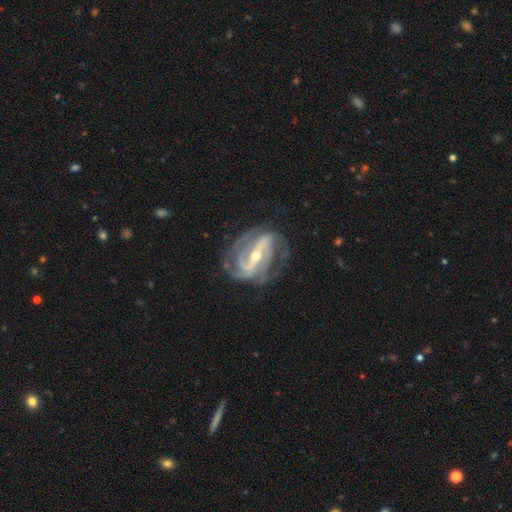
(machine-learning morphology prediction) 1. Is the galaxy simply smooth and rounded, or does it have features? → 91% featured or disk, 5% star or artifact, 4% smooth.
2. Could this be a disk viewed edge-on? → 94% no, 6% yes.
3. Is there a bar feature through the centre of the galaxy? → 73% strong, 20% weak, 8% no.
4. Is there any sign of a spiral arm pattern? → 96% yes, 4% no.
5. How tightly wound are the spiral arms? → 44% medium, 37% tight, 18% loose.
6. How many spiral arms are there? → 52% 2, 22% 3, 12% can't tell, 6% 4, 4% 1, 3% more than 4.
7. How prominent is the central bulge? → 51% small, 45% moderate, 2% large, 1% none, 1% dominant.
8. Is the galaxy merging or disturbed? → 68% none, 19% minor disturbance, 12% major disturbance, 2% merger.